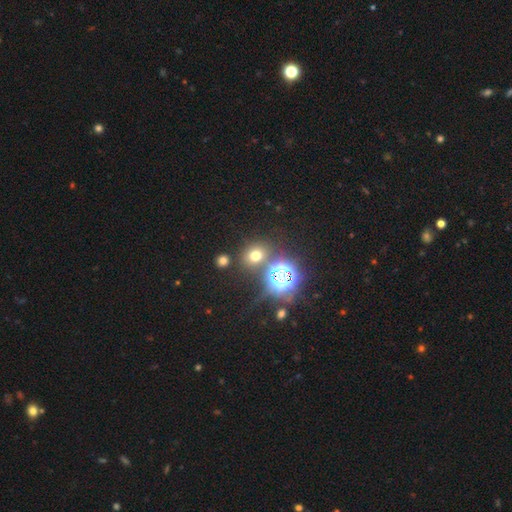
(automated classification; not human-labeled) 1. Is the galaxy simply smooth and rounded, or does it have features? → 56% smooth, 34% star or artifact, 9% featured or disk.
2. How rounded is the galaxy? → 66% round, 33% in between, 1% cigar-shaped.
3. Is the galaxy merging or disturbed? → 75% none, 11% merger, 9% minor disturbance, 4% major disturbance.